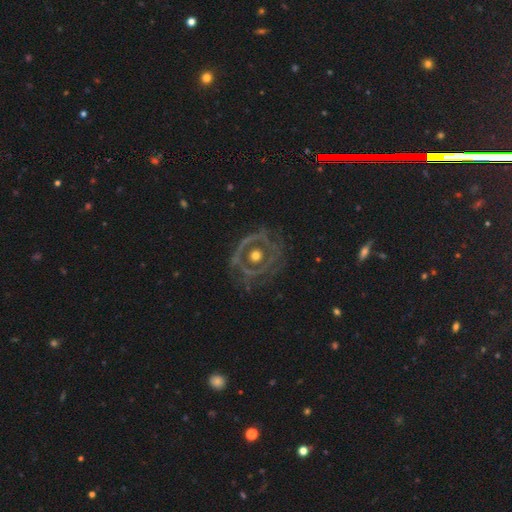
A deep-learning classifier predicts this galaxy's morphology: Overall: featured or disk (73%). Edge-on disk: no (95%). Bar: no (86%). Spiral arms: no (63%; yes 37%). Bulge size: moderate (72%). Merging: none (67%).